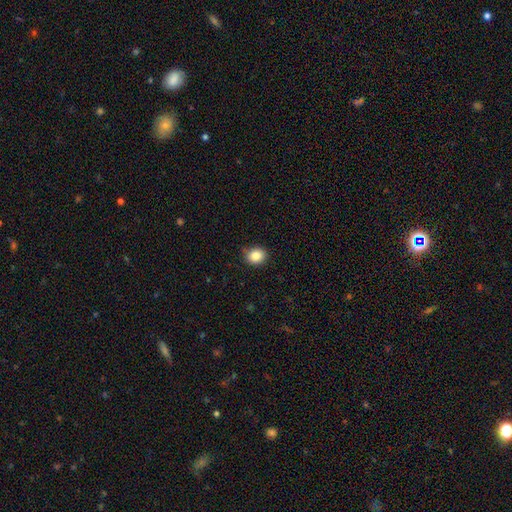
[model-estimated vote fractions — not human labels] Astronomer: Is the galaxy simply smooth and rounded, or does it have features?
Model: smooth — 85%.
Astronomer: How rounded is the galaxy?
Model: round — 70%.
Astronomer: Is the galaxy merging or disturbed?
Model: none — 84%.